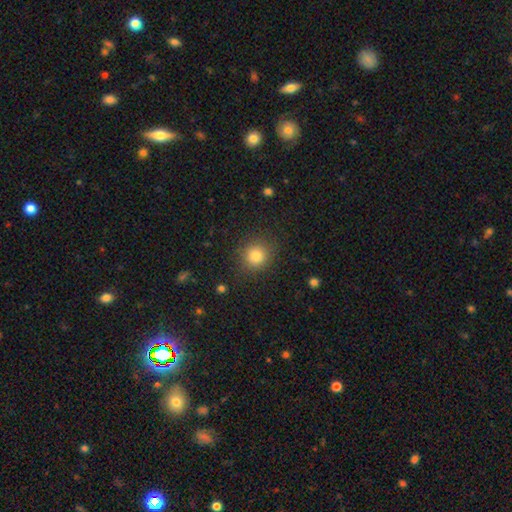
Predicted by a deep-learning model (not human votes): The model was most divided on "smooth or featured": smooth: 83%, star or artifact: 11%, featured or disk: 6%. More confident: how rounded — round (88%); merging — none (85%).